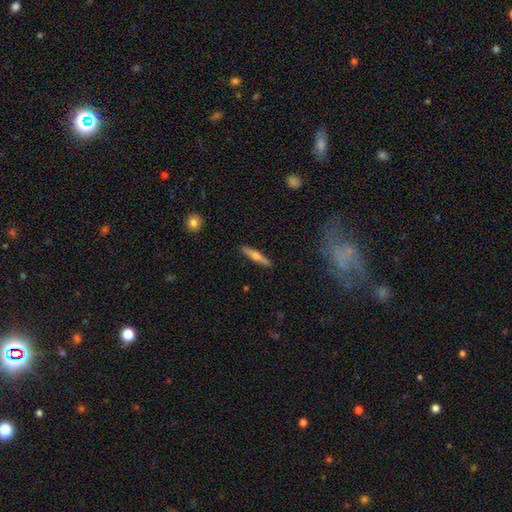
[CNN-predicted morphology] The model was most divided on "smooth or featured": featured or disk: 55%, smooth: 38%, star or artifact: 6%. More confident: edge-on disk — yes (96%); merging — none (89%); edge-on bulge — rounded (87%).